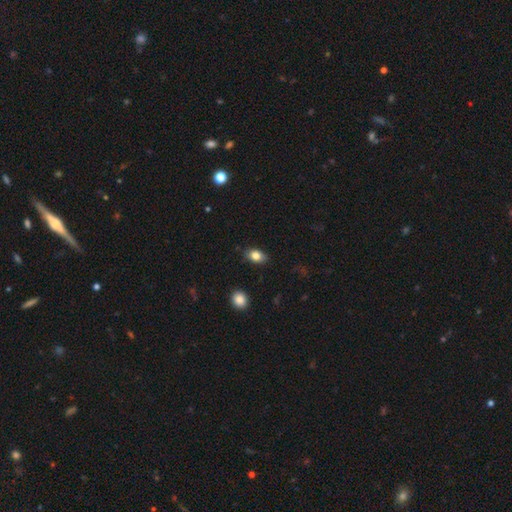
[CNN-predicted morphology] Q: Smooth or featured?
A: smooth (82%); runner-up: featured or disk (9%)
Q: How rounded?
A: in between (82%); runner-up: round (17%)
Q: Merging?
A: none (84%); runner-up: minor disturbance (12%)